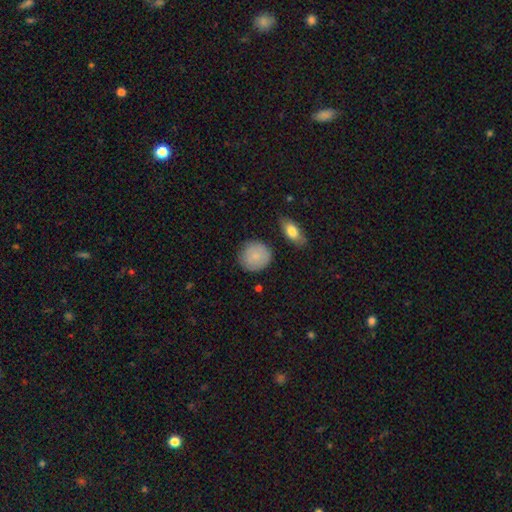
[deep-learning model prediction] This is clearly a smooth galaxy (82%). How rounded: clearly round (89%). Merging: clearly none (82%).